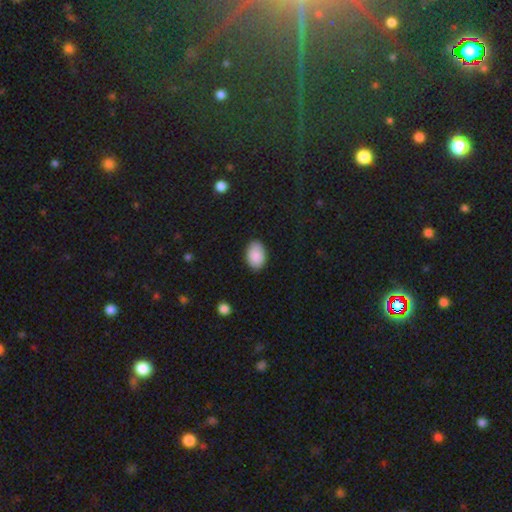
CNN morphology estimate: Smooth or featured: smooth — 88% (star or artifact — 7%)
How rounded: in between — 89% (round — 10%)
Merging: none — 86% (minor disturbance — 11%)